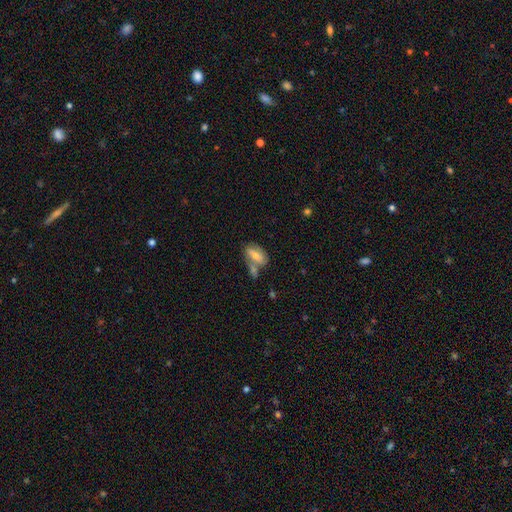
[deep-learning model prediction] Smooth or featured?
  - smooth: 64% *
  - featured or disk: 28%
  - star or artifact: 8%
How rounded?
  - in between: 85% *
  - cigar-shaped: 9%
  - round: 6%
Merging?
  - none: 41% *
  - merger: 37%
  - minor disturbance: 15%
  - major disturbance: 6%